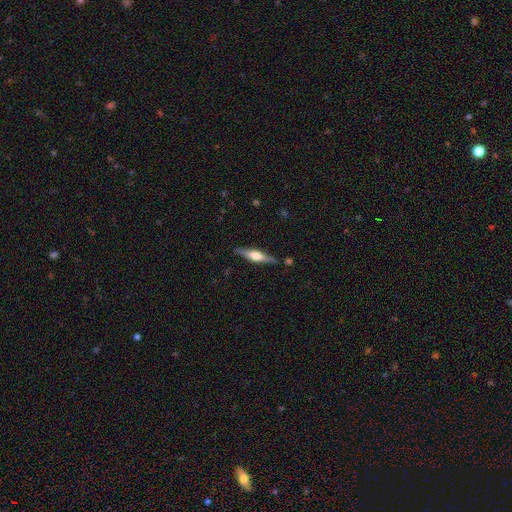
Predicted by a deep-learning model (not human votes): Smooth or featured? Predicted: featured or disk (p=0.68). Edge-on disk? Predicted: yes (p=0.97). Edge-on bulge? Predicted: rounded (p=0.86). Merging? Predicted: none (p=0.86).